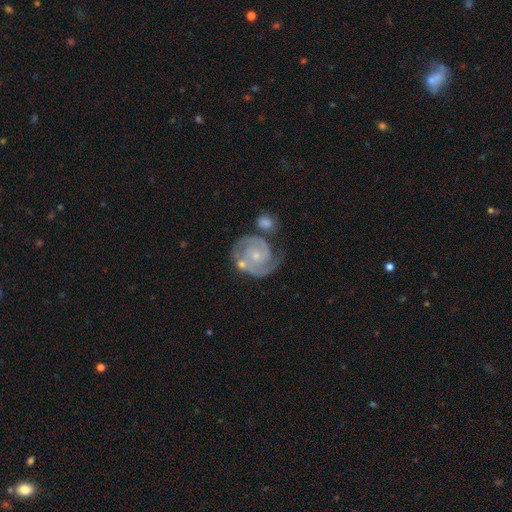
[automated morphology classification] smooth_or_featured: featured or disk (p=0.88) [alt: smooth p=0.07]
disk_edge_on: no (p=0.98) [alt: yes p=0.02]
bar: no (p=0.70) [alt: weak p=0.24]
has_spiral_arms: yes (p=0.97) [alt: no p=0.03]
spiral_winding: tight (p=0.60) [alt: medium p=0.33]
spiral_arm_count: 2 (p=0.72) [alt: 3 p=0.09]
bulge_size: small (p=0.67) [alt: moderate p=0.29]
merging: none (p=0.55) [alt: minor disturbance p=0.19]